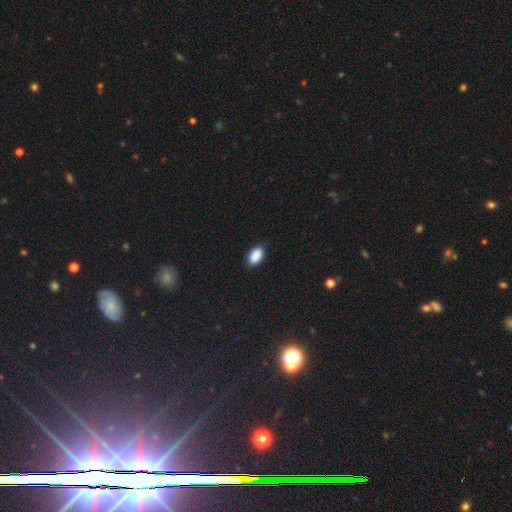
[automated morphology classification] Overall: smooth (90%). How rounded: in between (93%). Merging: none (86%).